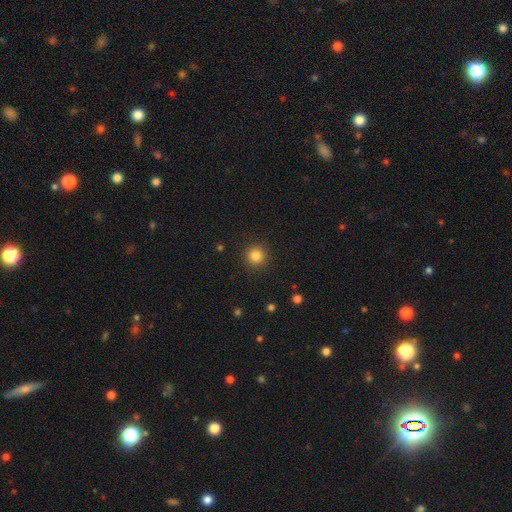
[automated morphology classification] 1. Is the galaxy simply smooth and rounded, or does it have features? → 83% smooth, 12% star or artifact, 5% featured or disk.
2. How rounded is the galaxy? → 95% round, 4% in between, 1% cigar-shaped.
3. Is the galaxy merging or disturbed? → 92% none, 5% minor disturbance, 2% major disturbance, 1% merger.